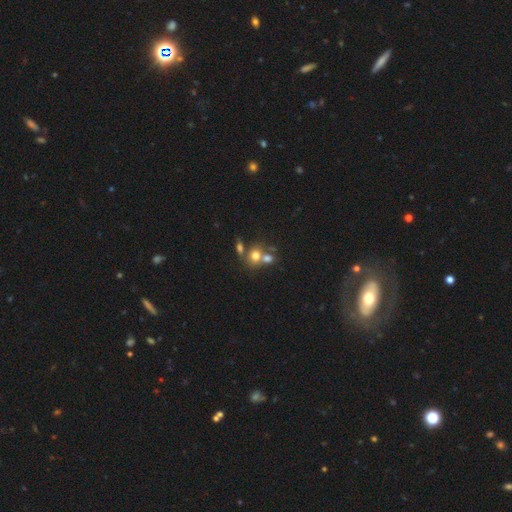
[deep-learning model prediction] This appears to be a smooth galaxy with no disk features (69%) that is round (68%). Merging: merger (51%).